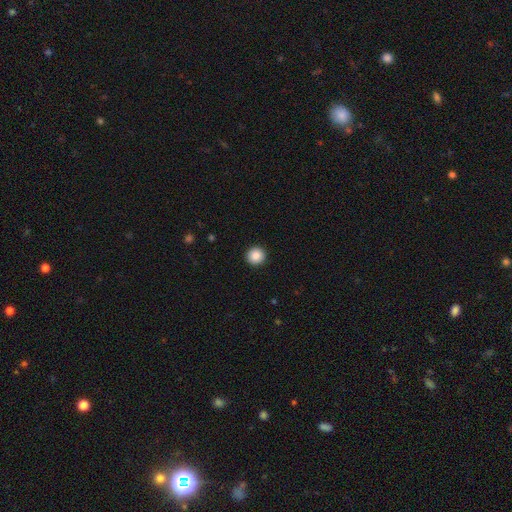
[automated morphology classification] Overall: smooth (87%). How rounded: round (95%). Merging: none (94%).